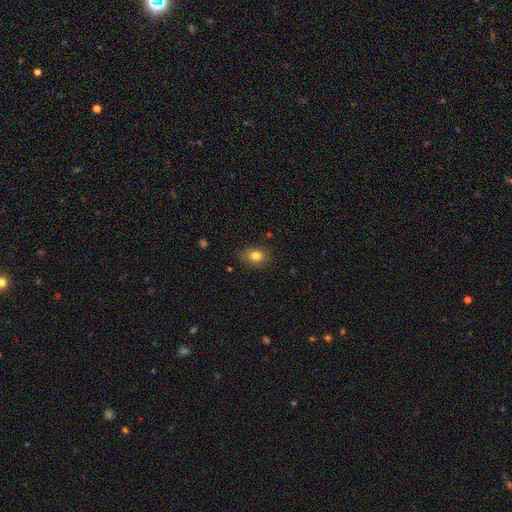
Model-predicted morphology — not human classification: type=smooth (82%); roundness=in between (62%); merging=none (82%).